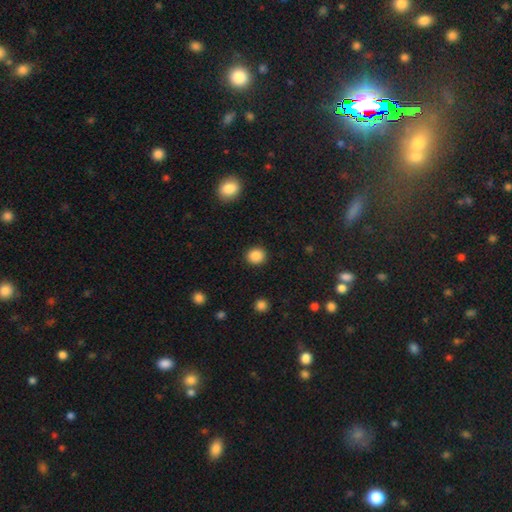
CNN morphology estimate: Smooth or featured: smooth — 87% (star or artifact — 9%)
How rounded: round — 81% (in between — 18%)
Merging: none — 91% (minor disturbance — 6%)